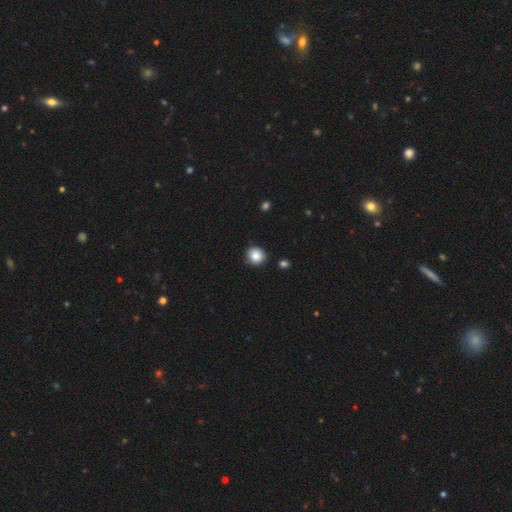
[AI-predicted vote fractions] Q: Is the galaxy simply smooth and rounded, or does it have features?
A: smooth — 86%.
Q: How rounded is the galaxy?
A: round — 85%.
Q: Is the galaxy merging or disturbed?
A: none — 87%.